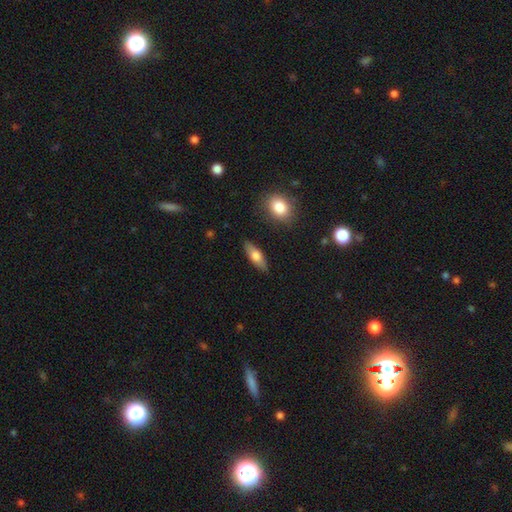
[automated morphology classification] Smooth or featured: smooth — 66% (featured or disk — 28%)
How rounded: in between — 62% (cigar-shaped — 35%)
Merging: none — 86% (minor disturbance — 10%)